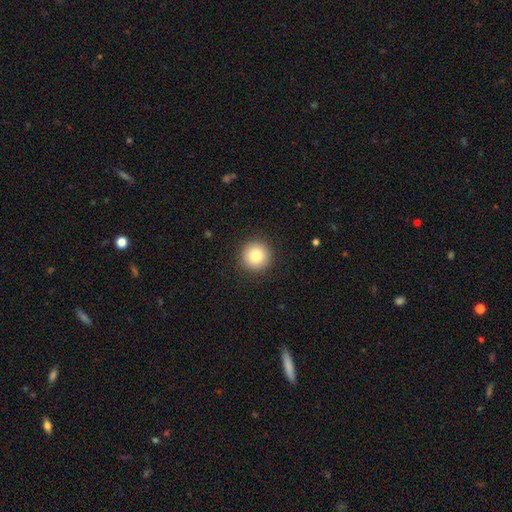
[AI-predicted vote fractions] A smooth galaxy with no disk features (83%) that is round (96%). Merging: none (92%).